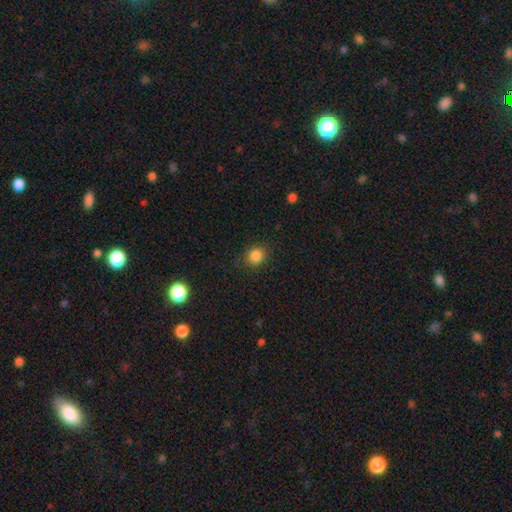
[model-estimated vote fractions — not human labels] Smooth or featured: smooth — 85% (star or artifact — 11%)
How rounded: round — 79% (in between — 20%)
Merging: none — 86% (minor disturbance — 10%)